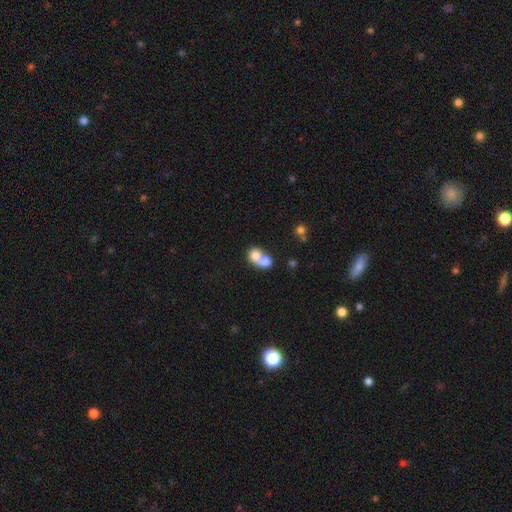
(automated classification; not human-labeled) This is likely a smooth galaxy (71%). How rounded: likely round (61%). Merging: likely merger (75%).